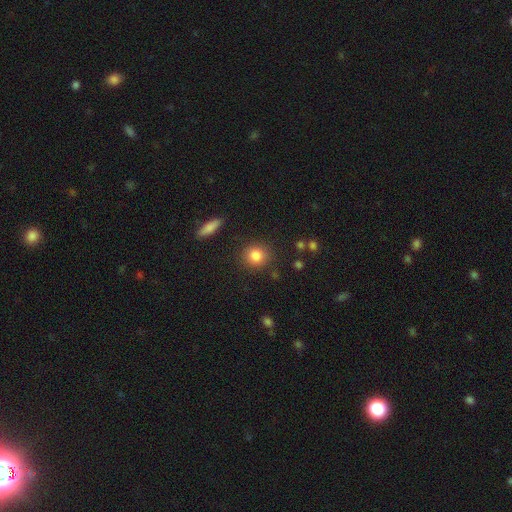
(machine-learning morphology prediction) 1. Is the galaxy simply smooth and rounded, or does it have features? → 84% smooth, 9% star or artifact, 6% featured or disk.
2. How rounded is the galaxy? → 84% round, 15% in between, 1% cigar-shaped.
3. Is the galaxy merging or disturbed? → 87% none, 8% minor disturbance, 3% major disturbance, 2% merger.